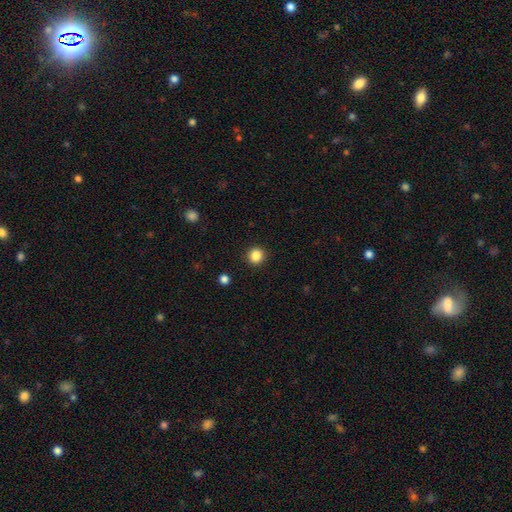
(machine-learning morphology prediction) Q: Smooth or featured?
A: smooth (85%); runner-up: star or artifact (11%)
Q: How rounded?
A: round (94%); runner-up: in between (5%)
Q: Merging?
A: none (92%); runner-up: minor disturbance (5%)